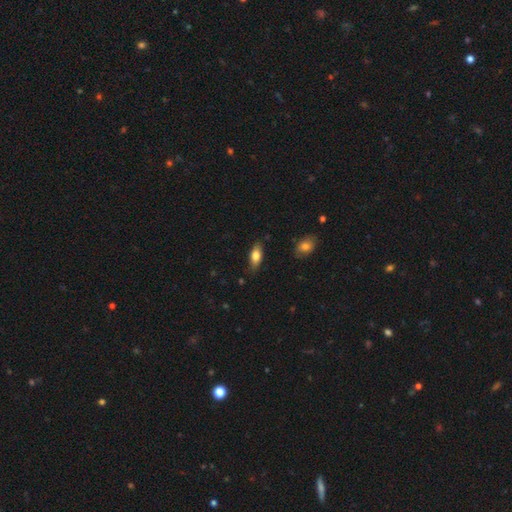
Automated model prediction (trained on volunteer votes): smooth 77%, featured or disk 16%, star or artifact 7%. Down the decision tree: how rounded — in between (84%); merging — none (81%).